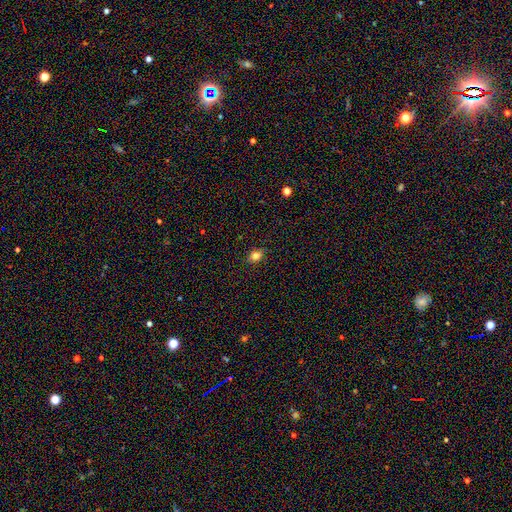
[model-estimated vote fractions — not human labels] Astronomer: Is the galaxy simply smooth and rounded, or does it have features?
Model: smooth — 81%.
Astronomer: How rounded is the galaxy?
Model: in between — 56% (runner-up: round, 43%).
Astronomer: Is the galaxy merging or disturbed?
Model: none — 89%.